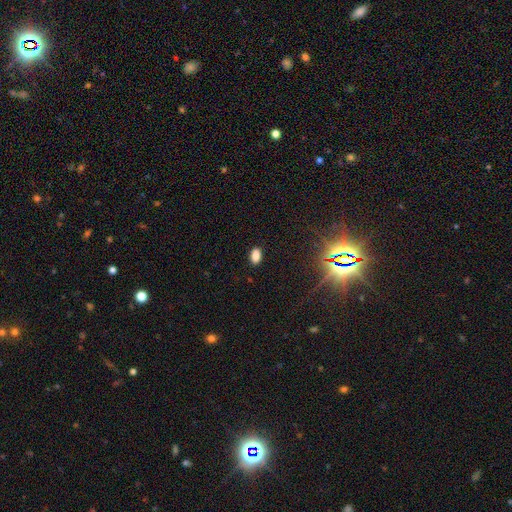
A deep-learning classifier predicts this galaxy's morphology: Smooth or featured? smooth (82%)
How rounded? in between (91%)
Merging? none (88%)